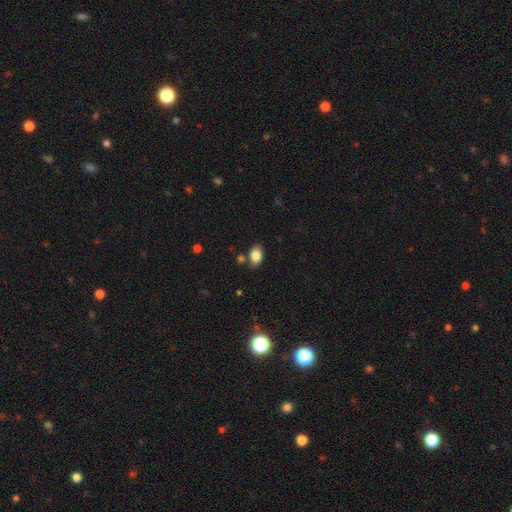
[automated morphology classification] smooth_or_featured: smooth (p=0.84) [alt: star or artifact p=0.08]
how_rounded: in between (p=0.88) [alt: round p=0.10]
merging: none (p=0.77) [alt: minor disturbance p=0.13]